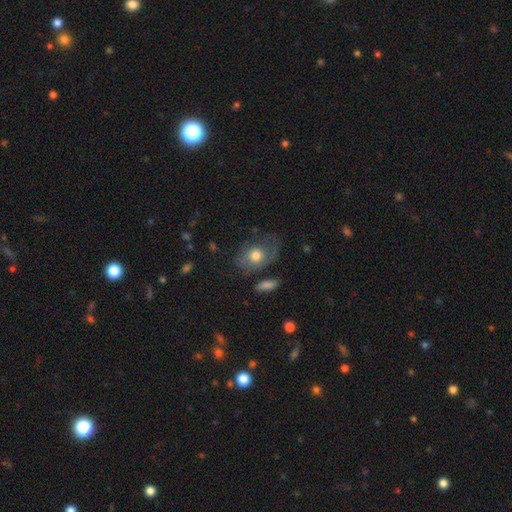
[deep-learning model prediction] A smooth galaxy with no disk features (62%) that is in between round and cigar-shaped (62%).

Vote fractions:
- Smooth or featured? smooth: 62% / featured or disk: 30% / star or artifact: 8%
- How rounded? in between: 62% / round: 36% / cigar-shaped: 2%
- Merging? none: 43% / minor disturbance: 26% / major disturbance: 26% / merger: 5%